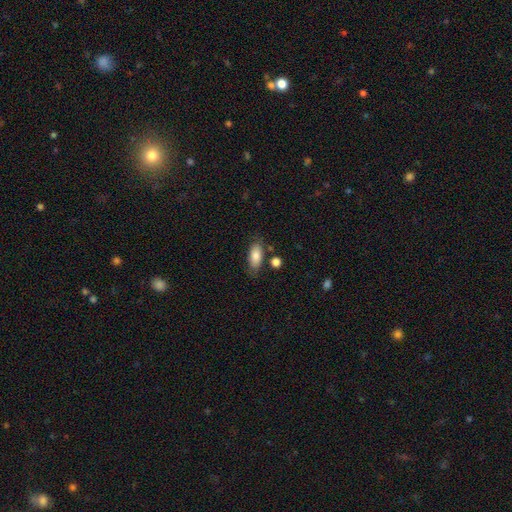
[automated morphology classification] smooth_or_featured: smooth (p=0.82) [alt: featured or disk p=0.11]
how_rounded: in between (p=0.88) [alt: cigar-shaped p=0.09]
merging: none (p=0.74) [alt: minor disturbance p=0.15]